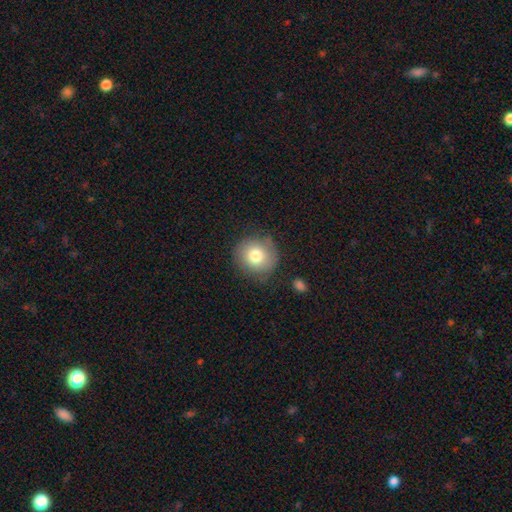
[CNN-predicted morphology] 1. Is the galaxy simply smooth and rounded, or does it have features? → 77% smooth, 14% featured or disk, 10% star or artifact.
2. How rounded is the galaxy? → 88% round, 11% in between, 1% cigar-shaped.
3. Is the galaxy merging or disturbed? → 79% none, 15% minor disturbance, 5% major disturbance, 2% merger.